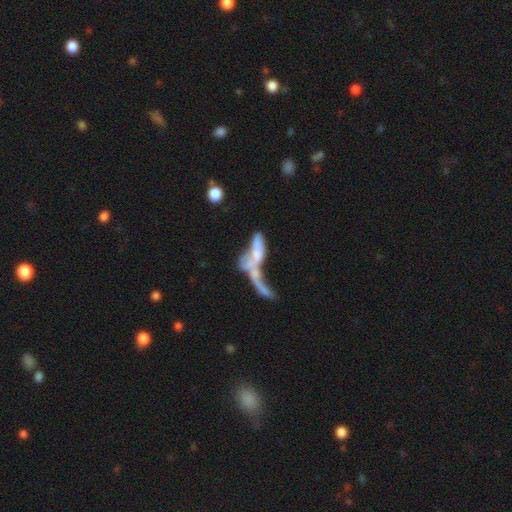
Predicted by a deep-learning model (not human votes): smooth-or-featured: featured or disk: 53% | smooth: 35% | star or artifact: 12%
  disk-edge-on: no: 83% | yes: 17%
  merging: merger: 67% | major disturbance: 17% | none: 10% | minor disturbance: 6%